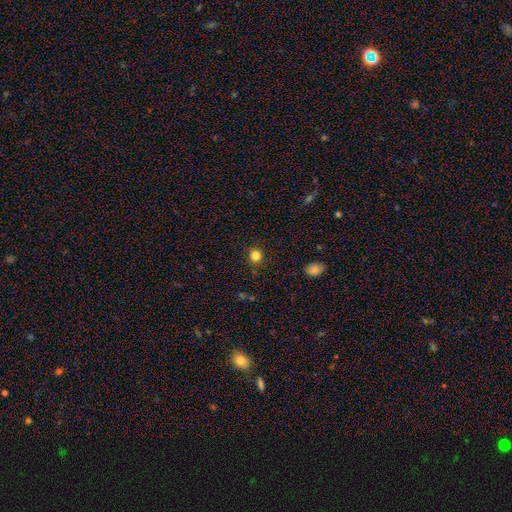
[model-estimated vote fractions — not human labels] Morphology: type=smooth (83%); roundness=round (87%); merging=none (90%).